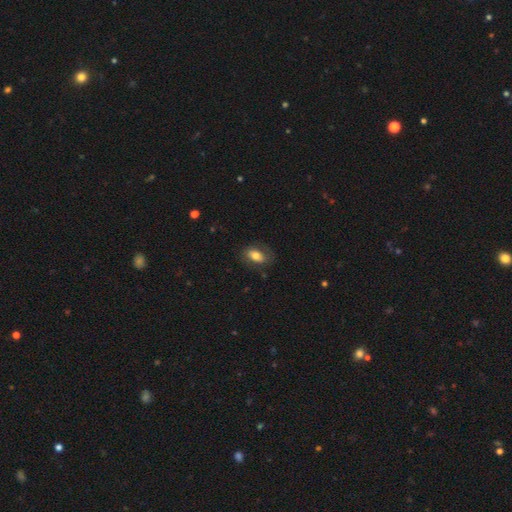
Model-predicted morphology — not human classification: The model was most divided on "smooth or featured": smooth: 71%, featured or disk: 22%, star or artifact: 7%. More confident: how rounded — in between (88%); merging — none (73%).